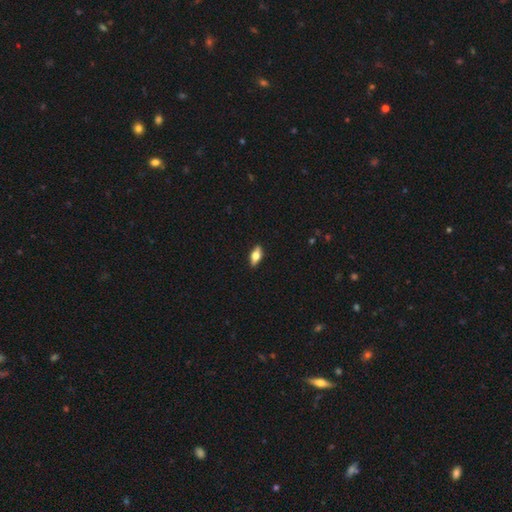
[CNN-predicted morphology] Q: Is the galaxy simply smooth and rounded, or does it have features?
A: smooth — 57%.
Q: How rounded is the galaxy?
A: in between — 79%.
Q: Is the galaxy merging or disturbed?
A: none — 90%.